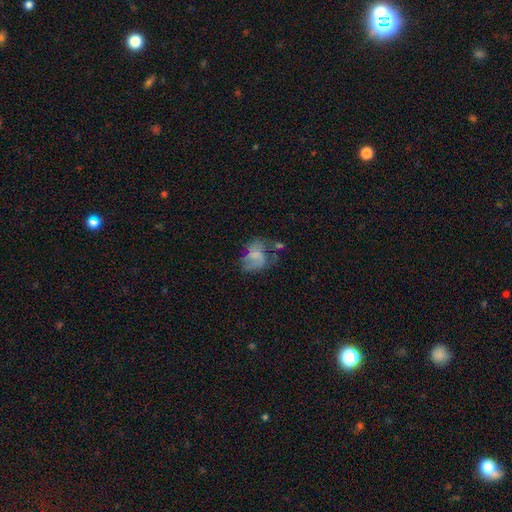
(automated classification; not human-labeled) The model was most divided on "merging" (2-way tie): none: 33%, major disturbance: 33%, minor disturbance: 26%, merger: 9%. Remaining: smooth or featured — smooth (48%).